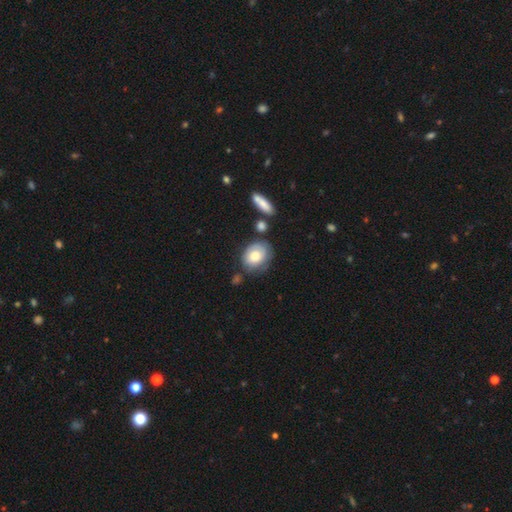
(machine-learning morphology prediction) This is likely a smooth galaxy (68%). How rounded: possibly in between (59%). Merging: possibly none (58%).